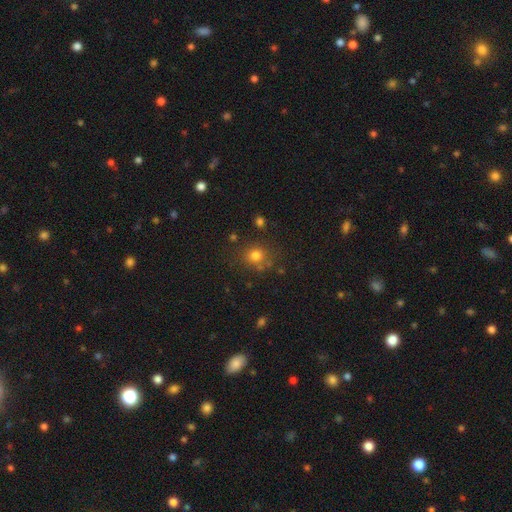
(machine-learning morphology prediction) Smooth or featured: smooth — 77% (star or artifact — 16%)
How rounded: round — 79% (in between — 20%)
Merging: none — 74% (minor disturbance — 14%)